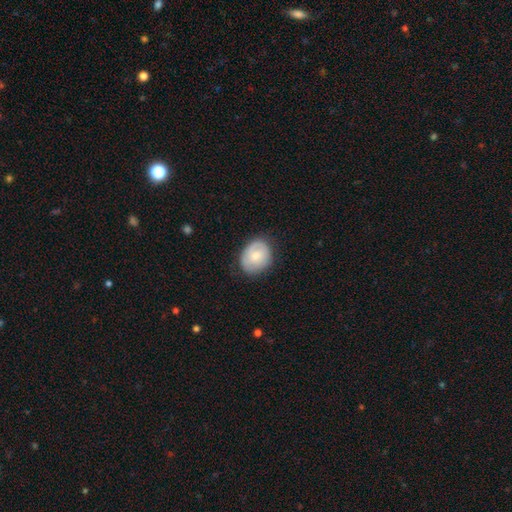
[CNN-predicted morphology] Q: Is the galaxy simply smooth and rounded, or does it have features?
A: smooth — 58%.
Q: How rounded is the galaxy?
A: round — 57%.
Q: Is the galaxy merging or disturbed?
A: none — 73%.